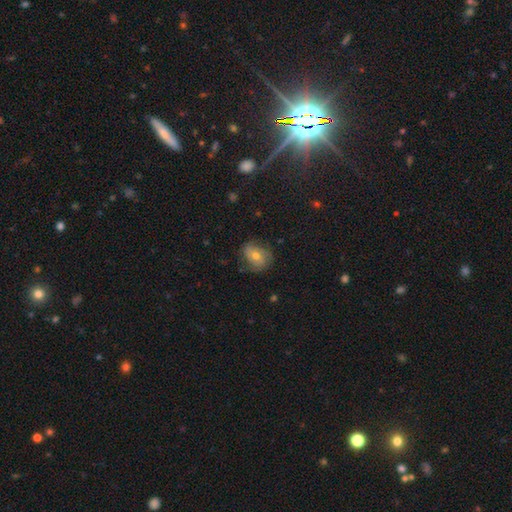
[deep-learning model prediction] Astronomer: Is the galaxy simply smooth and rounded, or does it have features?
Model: featured or disk — 56% (runner-up: smooth, 32%).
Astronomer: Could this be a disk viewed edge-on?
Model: no — 96%.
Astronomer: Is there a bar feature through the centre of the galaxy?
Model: no — 70%.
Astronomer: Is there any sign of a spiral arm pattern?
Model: yes — 83%.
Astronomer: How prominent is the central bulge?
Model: moderate — 58% (runner-up: small, 37%).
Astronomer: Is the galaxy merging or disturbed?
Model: none — 69%.